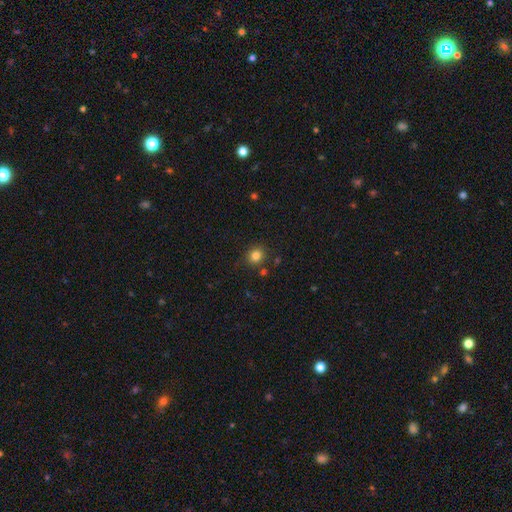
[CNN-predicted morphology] Smooth or featured: smooth — 82% (star or artifact — 12%)
How rounded: round — 81% (in between — 18%)
Merging: none — 83% (minor disturbance — 9%)